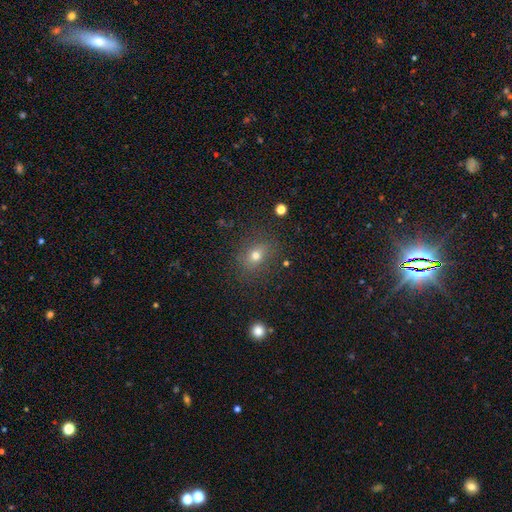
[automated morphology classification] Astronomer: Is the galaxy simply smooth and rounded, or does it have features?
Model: smooth — 73%.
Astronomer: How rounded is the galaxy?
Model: round — 49%, tied with in between at 49%.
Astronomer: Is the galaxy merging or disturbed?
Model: none — 82%.